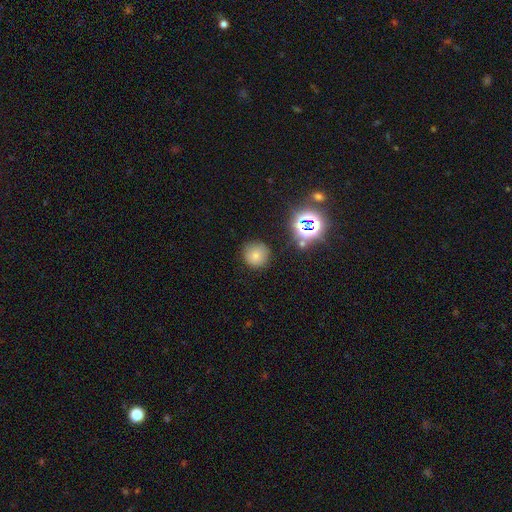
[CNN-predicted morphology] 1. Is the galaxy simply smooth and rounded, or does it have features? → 73% smooth, 18% star or artifact, 9% featured or disk.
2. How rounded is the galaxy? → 94% round, 5% in between, 1% cigar-shaped.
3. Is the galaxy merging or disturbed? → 83% none, 11% minor disturbance, 3% major disturbance, 3% merger.